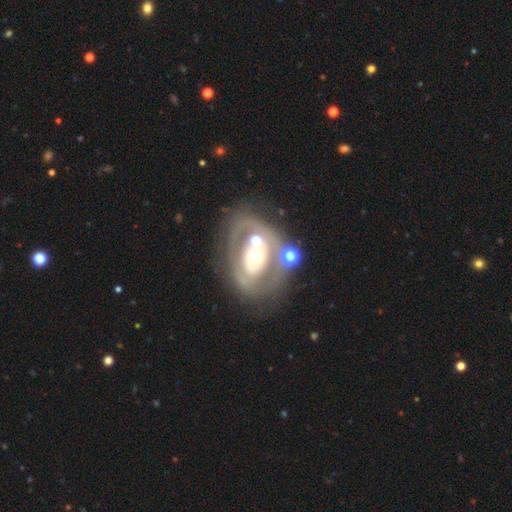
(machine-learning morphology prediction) The model was most divided on "merging": none: 53%, minor disturbance: 17%, merger: 17%, major disturbance: 13%. More confident: edge-on disk — no (95%); bar — no (79%); spiral arms — no (70%); bulge size — moderate (68%); smooth or featured — featured or disk (68%).